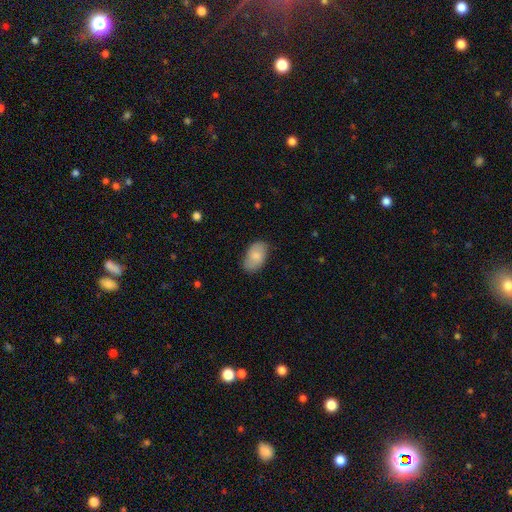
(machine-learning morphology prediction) smooth 78%, featured or disk 15%, star or artifact 6%. Down the decision tree: how rounded — in between (93%); merging — none (78%).